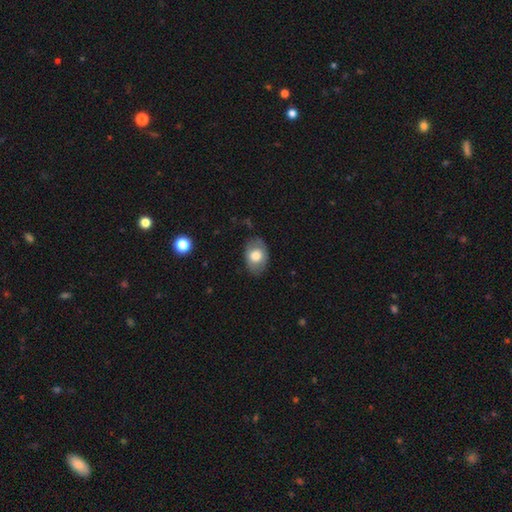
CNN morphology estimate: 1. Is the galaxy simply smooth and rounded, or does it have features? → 70% smooth, 24% featured or disk, 7% star or artifact.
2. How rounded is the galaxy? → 81% in between, 17% round, 1% cigar-shaped.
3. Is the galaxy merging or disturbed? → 77% none, 17% minor disturbance, 5% major disturbance, 1% merger.